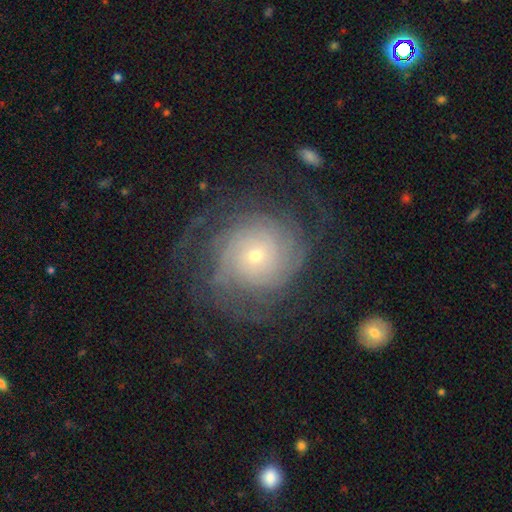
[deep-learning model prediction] Smooth or featured: featured or disk — 82% (smooth — 11%)
Edge-on disk: no — 97% (yes — 3%)
Bar: no — 81% (weak — 16%)
Spiral arms: yes — 94% (no — 6%)
Spiral winding: tight — 71% (medium — 21%)
Spiral arm count: can't tell — 39% (2 — 16%)
Bulge size: small — 72% (moderate — 23%)
Merging: none — 71% (minor disturbance — 14%)